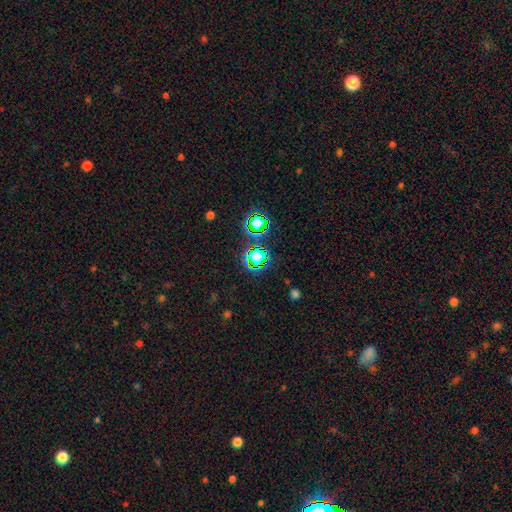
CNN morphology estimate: smooth-or-featured: star or artifact: 68% | smooth: 22% | featured or disk: 10%